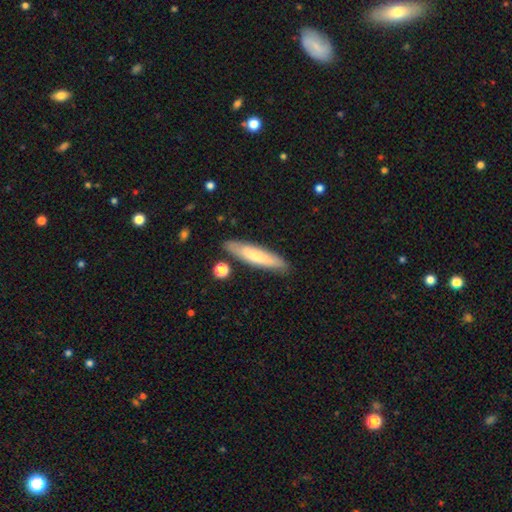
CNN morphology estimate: Smooth or featured? smooth (62%)
How rounded? cigar-shaped (83%)
Merging? none (84%)